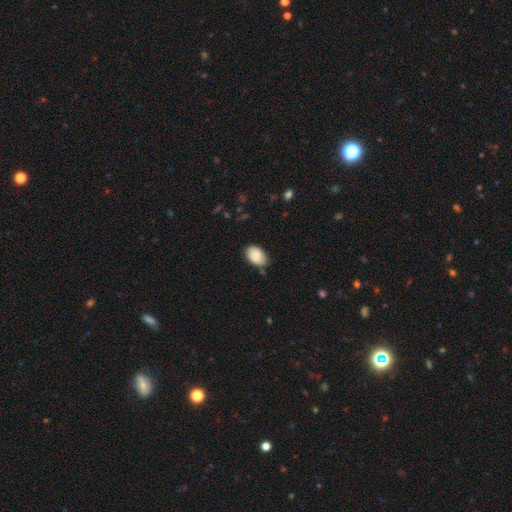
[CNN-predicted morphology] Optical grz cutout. It shows a smooth galaxy with no disk features (84%) that is in between round and cigar-shaped (85%). Merging: none (71%).